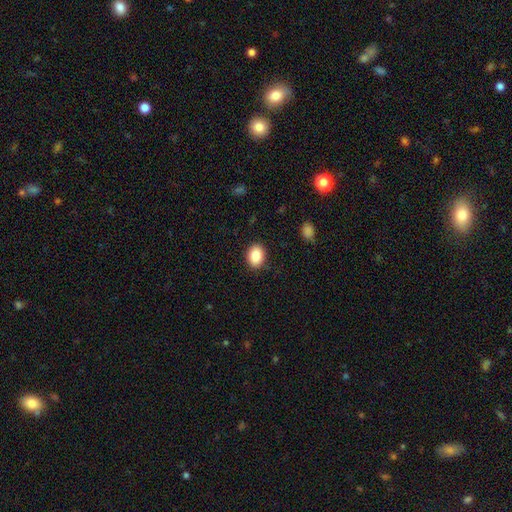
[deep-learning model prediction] Smooth or featured? smooth (88%)
How rounded? in between (70%)
Merging? none (88%)